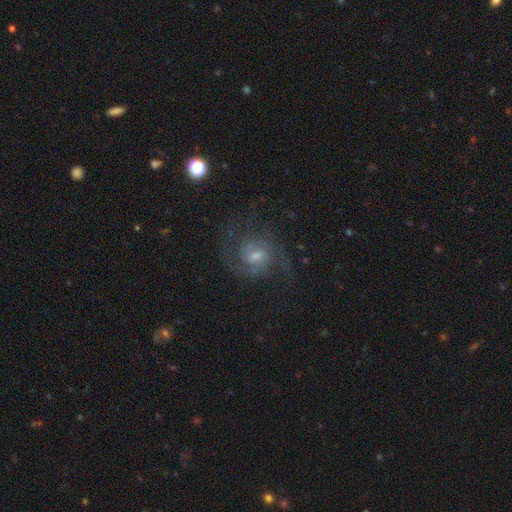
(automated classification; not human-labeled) The model was most divided on "bulge size": moderate: 43%, small: 42%, none: 8%, large: 5%, dominant: 1%. More confident: edge-on disk — no (98%); spiral arms — yes (95%); smooth or featured — featured or disk (81%); spiral arm count — 2 (75%); merging — none (68%); bar — weak (60%); spiral winding — medium (53%).